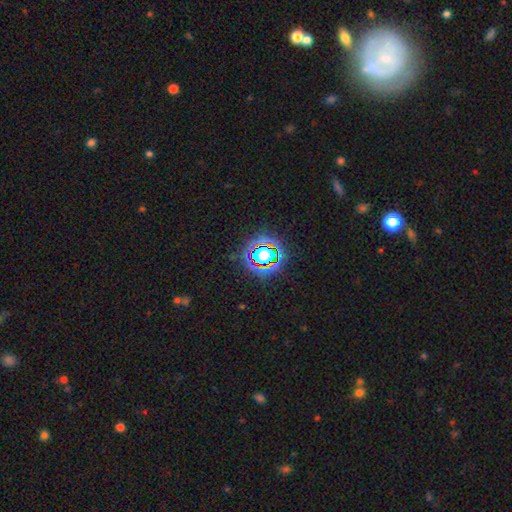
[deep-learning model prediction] Smooth or featured? star or artifact (78%)